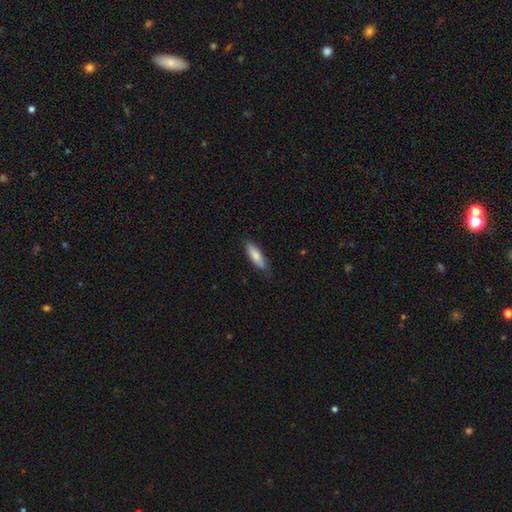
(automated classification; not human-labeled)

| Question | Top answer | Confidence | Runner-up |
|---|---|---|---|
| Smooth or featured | smooth | 81% | featured or disk (14%) |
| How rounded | cigar-shaped | 51% | in between (48%) |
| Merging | none | 80% | minor disturbance (17%) |